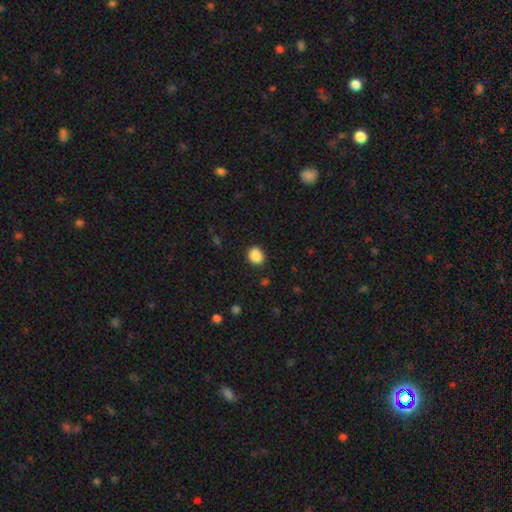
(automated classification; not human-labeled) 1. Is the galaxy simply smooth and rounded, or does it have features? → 88% smooth, 9% star or artifact, 3% featured or disk.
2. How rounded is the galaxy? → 67% round, 32% in between, 1% cigar-shaped.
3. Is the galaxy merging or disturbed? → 88% none, 8% minor disturbance, 2% major disturbance, 1% merger.